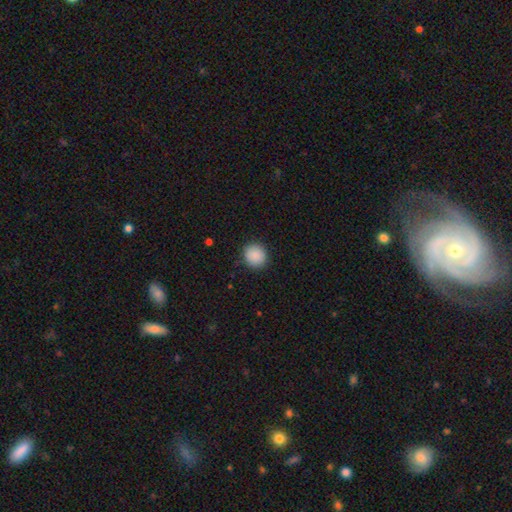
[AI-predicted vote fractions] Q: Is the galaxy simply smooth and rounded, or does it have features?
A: smooth — 90%.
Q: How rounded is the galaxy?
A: round — 89%.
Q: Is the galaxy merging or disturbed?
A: none — 90%.